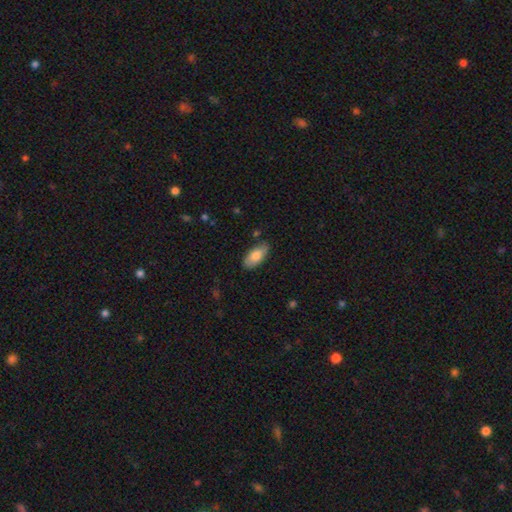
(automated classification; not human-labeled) This is likely a smooth galaxy (79%). How rounded: clearly in between (90%). Merging: clearly none (82%).